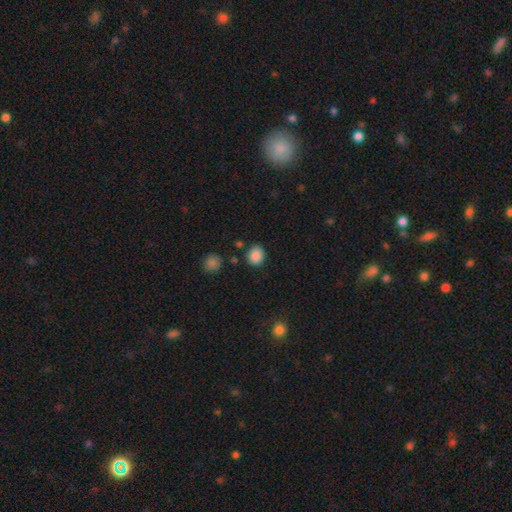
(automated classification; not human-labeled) The model was most divided on "how rounded": round: 66%, in between: 33%, cigar-shaped: 1%. More confident: smooth or featured — smooth (87%); merging — none (82%).